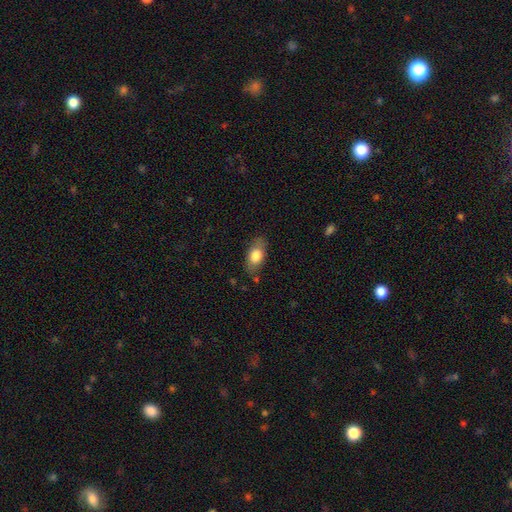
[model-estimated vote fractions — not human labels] Morphology: type=smooth (77%); roundness=in between (89%); merging=none (78%).